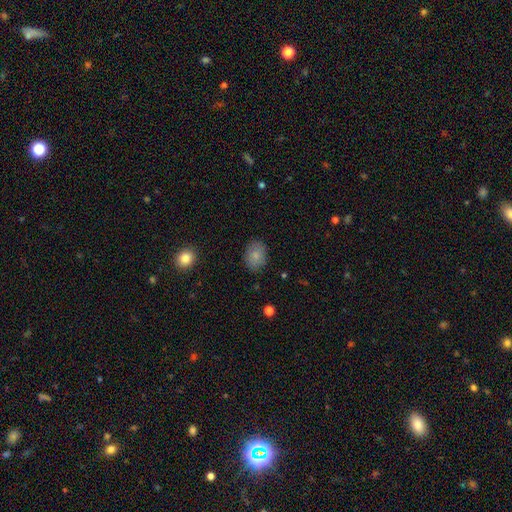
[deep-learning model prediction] Overall: smooth (84%). How rounded: in between (68%; round 31%). Merging: none (85%).